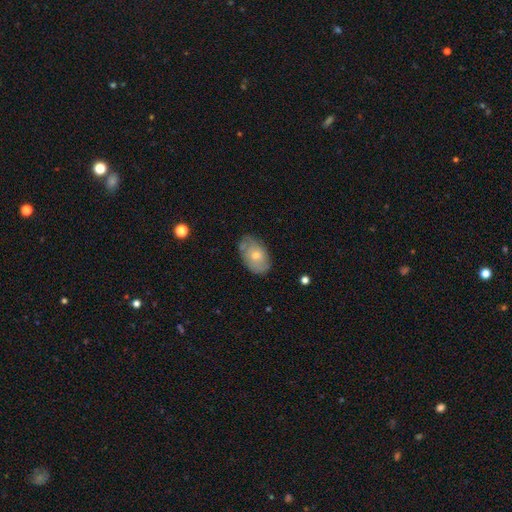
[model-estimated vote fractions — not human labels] Smooth or featured? smooth (47%)
Merging? none (69%)